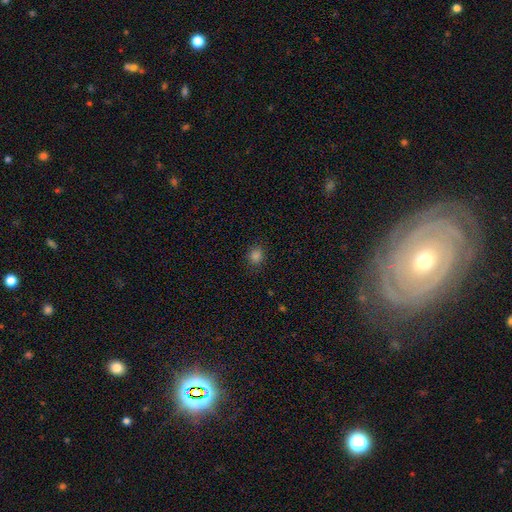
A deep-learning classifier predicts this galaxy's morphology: Smooth or featured? smooth (83%)
How rounded? round (70%)
Merging? none (87%)